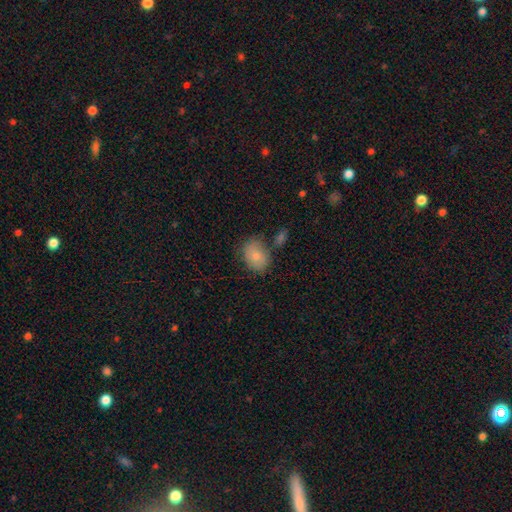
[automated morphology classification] type=smooth (79%); roundness=in between (66%); merging=none (66%).